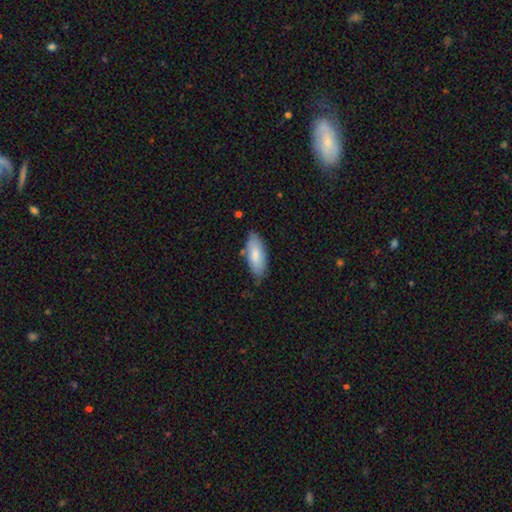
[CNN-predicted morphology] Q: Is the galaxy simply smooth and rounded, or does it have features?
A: smooth — 80%.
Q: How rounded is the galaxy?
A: in between — 82%.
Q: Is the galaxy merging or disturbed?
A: none — 73%.